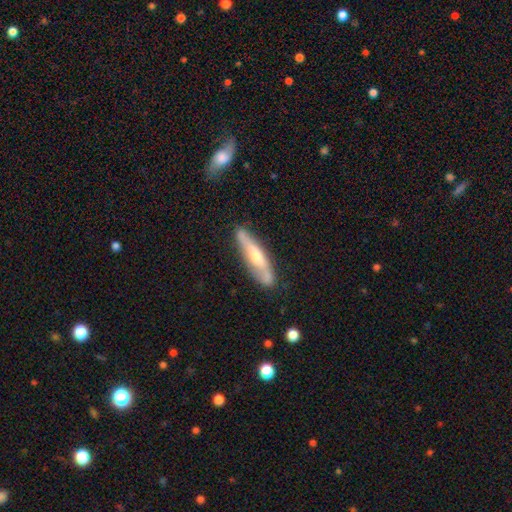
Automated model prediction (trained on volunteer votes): Smooth or featured: featured or disk — 54% (smooth — 41%)
Edge-on disk: yes — 63% (no — 37%)
Merging: none — 75% (minor disturbance — 18%)